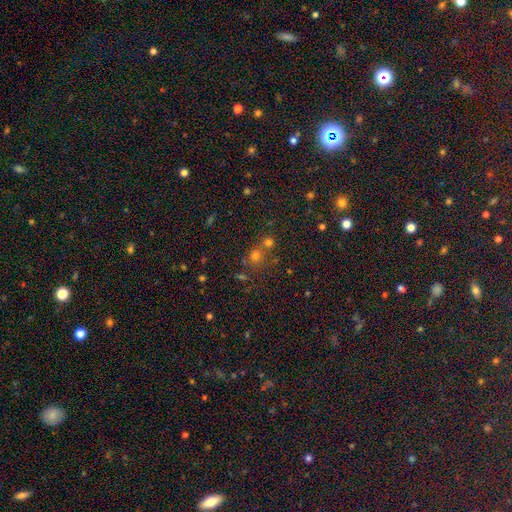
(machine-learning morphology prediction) smooth 56%, star or artifact 35%, featured or disk 9%. Down the decision tree: how rounded — round (85%); merging — none (60%).